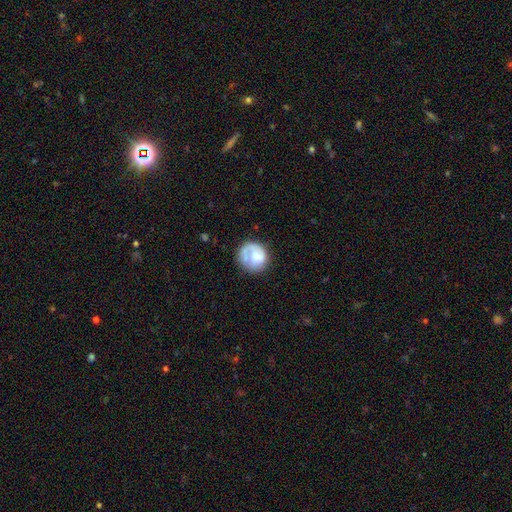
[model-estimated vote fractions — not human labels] Q: Smooth or featured?
A: smooth (51%); runner-up: featured or disk (42%)
Q: How rounded?
A: round (82%); runner-up: in between (17%)
Q: Merging?
A: none (59%); runner-up: minor disturbance (22%)